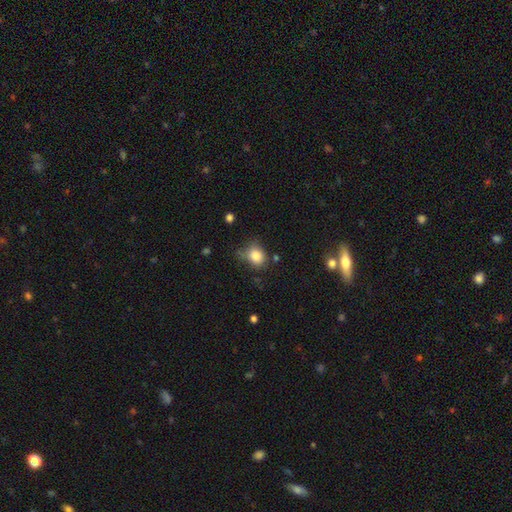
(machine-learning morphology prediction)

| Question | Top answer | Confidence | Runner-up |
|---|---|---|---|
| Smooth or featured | smooth | 82% | star or artifact (11%) |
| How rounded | round | 61% | in between (38%) |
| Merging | none | 54% | minor disturbance (30%) |